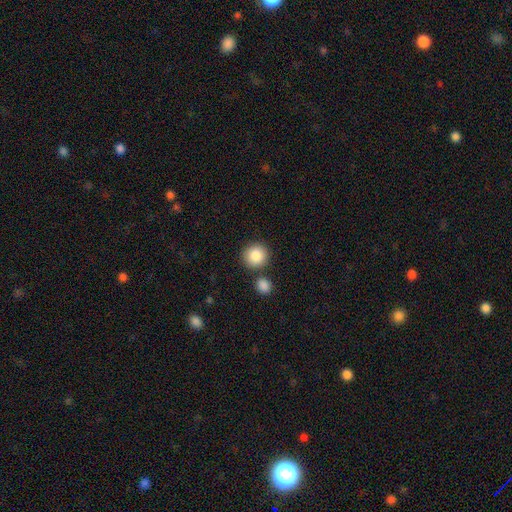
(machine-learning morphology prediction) type=smooth (87%); roundness=round (91%); merging=none (79%).